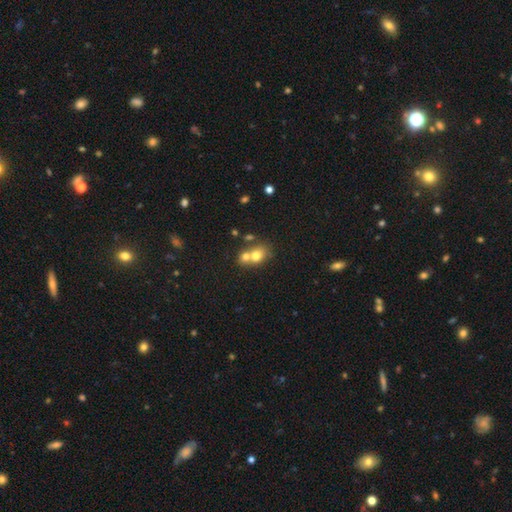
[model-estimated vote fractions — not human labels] Overall: smooth (72%). How rounded: round (54%; in between 45%). Merging: merger (58%; none 31%).